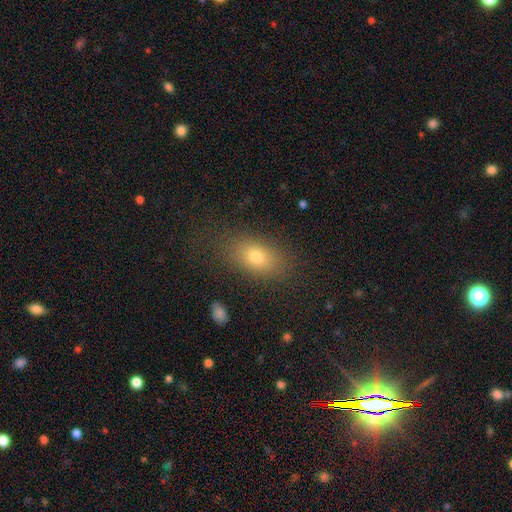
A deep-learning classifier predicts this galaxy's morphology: type=smooth (75%); roundness=in between (83%); merging=none (80%).